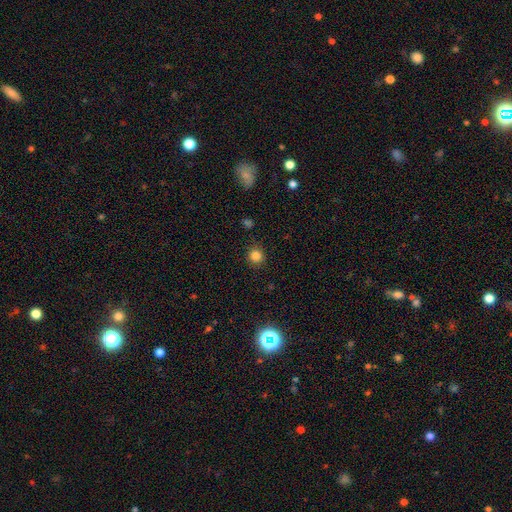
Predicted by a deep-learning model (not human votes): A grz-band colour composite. It shows a smooth galaxy with no disk features (84%) that is round (92%). Merging: none (89%).